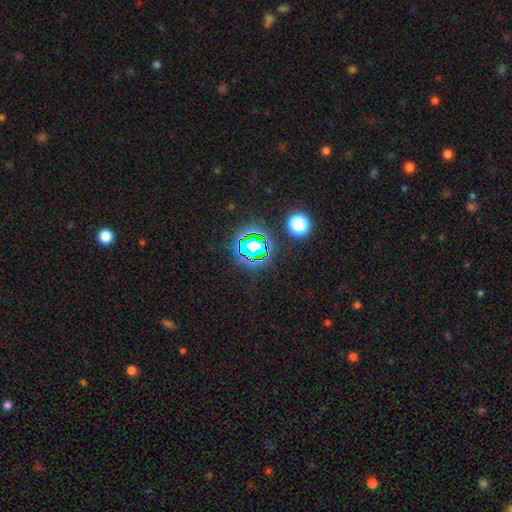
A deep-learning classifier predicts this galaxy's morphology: Q: Smooth or featured?
A: star or artifact (79%); runner-up: smooth (14%)